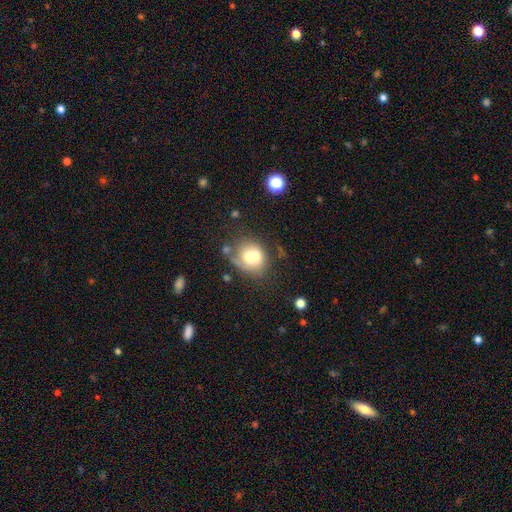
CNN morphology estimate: smooth_or_featured: smooth (p=0.61) [alt: featured or disk p=0.28]
how_rounded: round (p=0.67) [alt: in between p=0.32]
merging: merger (p=0.39) [alt: none p=0.36]